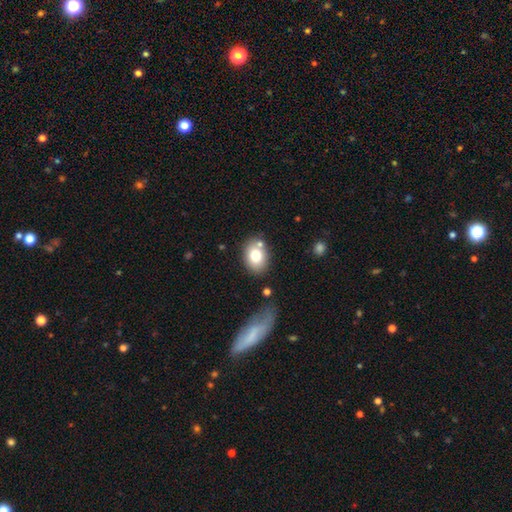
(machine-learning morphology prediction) smooth 76%, featured or disk 15%, star or artifact 9%. Down the decision tree: how rounded — in between (65%); merging — none (72%).